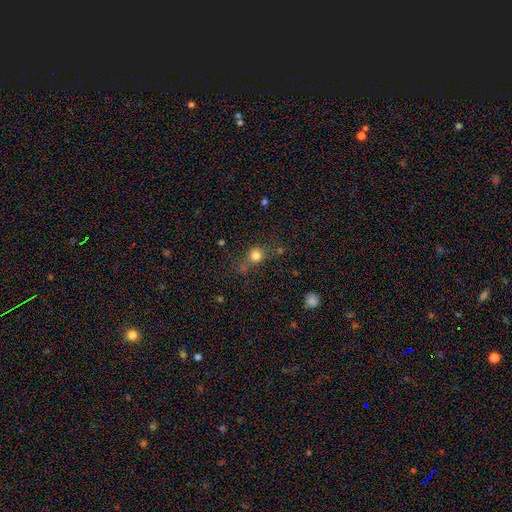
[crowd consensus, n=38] Smooth or featured? smooth (79%)
How rounded? round (90%)
Merging? none (63%)